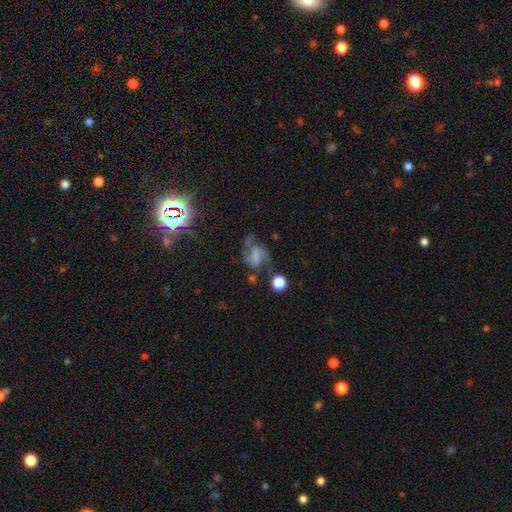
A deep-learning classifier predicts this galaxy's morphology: smooth_or_featured: featured or disk (p=0.63) [alt: smooth p=0.23]
disk_edge_on: no (p=0.97) [alt: yes p=0.03]
bar: weak (p=0.39) [alt: no p=0.36]
has_spiral_arms: yes (p=0.87) [alt: no p=0.13]
spiral_winding: medium (p=0.45) [alt: loose p=0.41]
spiral_arm_count: 2 (p=0.77) [alt: can't tell p=0.09]
bulge_size: none (p=0.54) [alt: small p=0.18]
merging: none (p=0.43) [alt: major disturbance p=0.28]